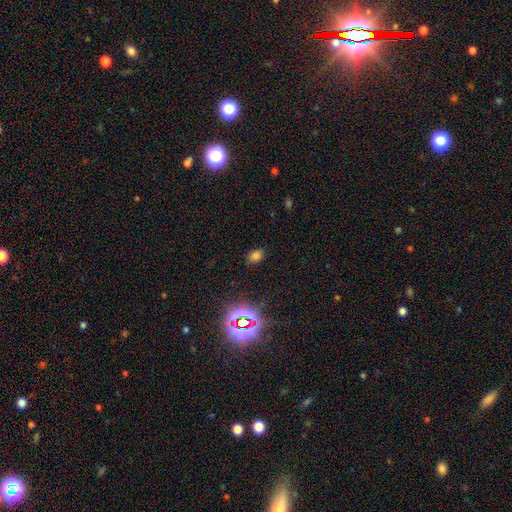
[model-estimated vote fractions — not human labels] Q: Smooth or featured?
A: smooth (69%); runner-up: star or artifact (25%)
Q: How rounded?
A: in between (80%); runner-up: round (18%)
Q: Merging?
A: none (84%); runner-up: minor disturbance (11%)